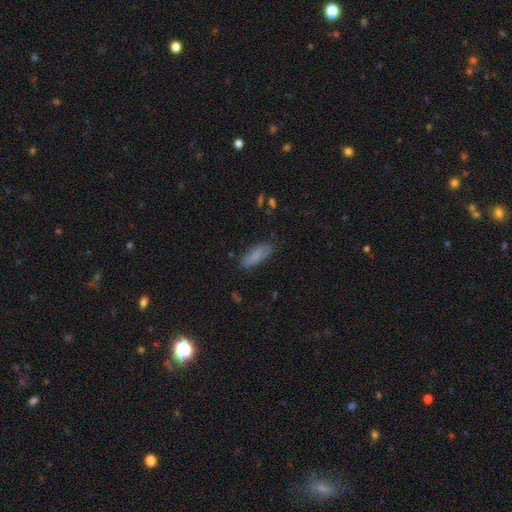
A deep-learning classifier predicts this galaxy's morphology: Smooth or featured? Predicted: smooth (p=0.81). How rounded? Predicted: in between (p=0.62). Merging? Predicted: none (p=0.81).